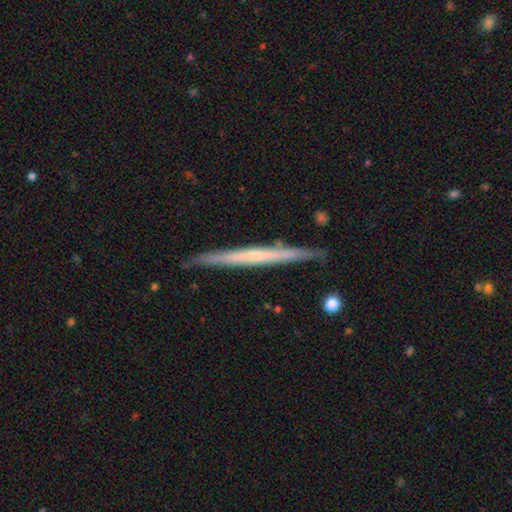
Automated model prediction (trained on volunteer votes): Smooth or featured: featured or disk — 59% (smooth — 36%)
Edge-on disk: yes — 97% (no — 3%)
Edge-on bulge: none — 81% (rounded — 14%)
Merging: none — 89% (minor disturbance — 8%)